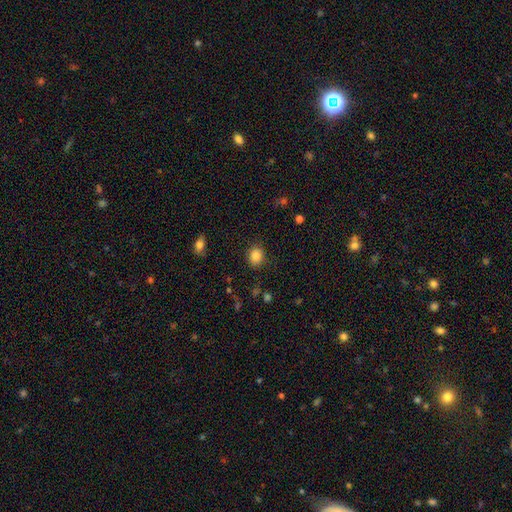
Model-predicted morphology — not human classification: Q: Smooth or featured?
A: smooth (85%); runner-up: star or artifact (10%)
Q: How rounded?
A: round (66%); runner-up: in between (33%)
Q: Merging?
A: none (87%); runner-up: minor disturbance (9%)